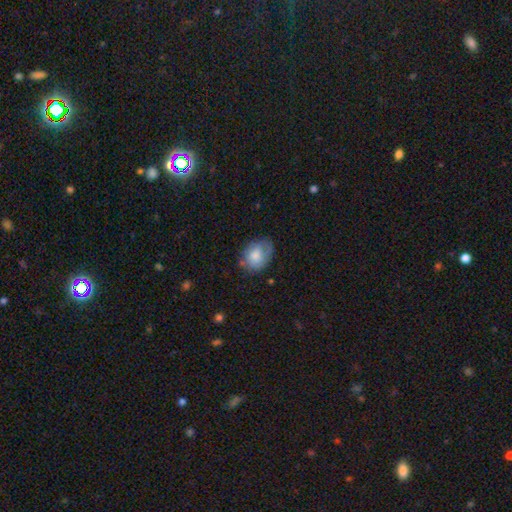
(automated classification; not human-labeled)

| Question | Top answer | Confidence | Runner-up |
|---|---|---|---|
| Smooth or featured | smooth | 72% | featured or disk (20%) |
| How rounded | in between | 62% | round (37%) |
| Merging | none | 58% | minor disturbance (29%) |